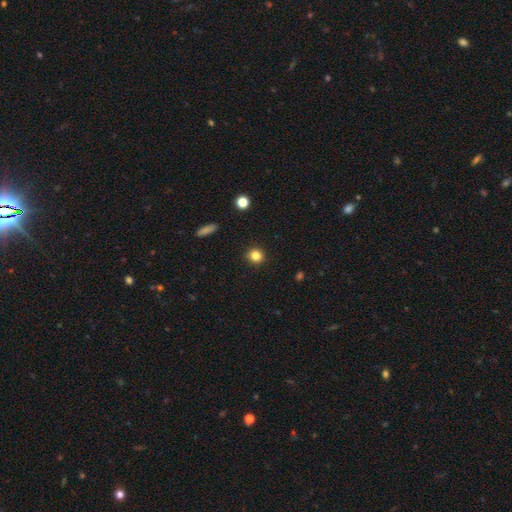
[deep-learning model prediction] Morphology: type=smooth (83%); roundness=round (89%); merging=none (91%).